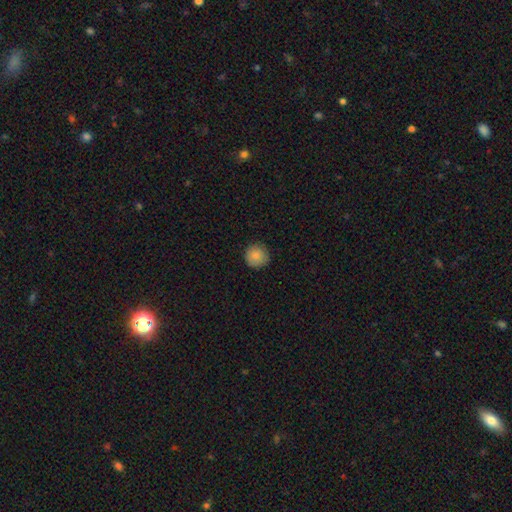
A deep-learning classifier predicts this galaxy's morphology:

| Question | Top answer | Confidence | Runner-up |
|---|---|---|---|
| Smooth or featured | smooth | 84% | star or artifact (8%) |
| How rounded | round | 94% | in between (5%) |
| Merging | none | 86% | minor disturbance (11%) |